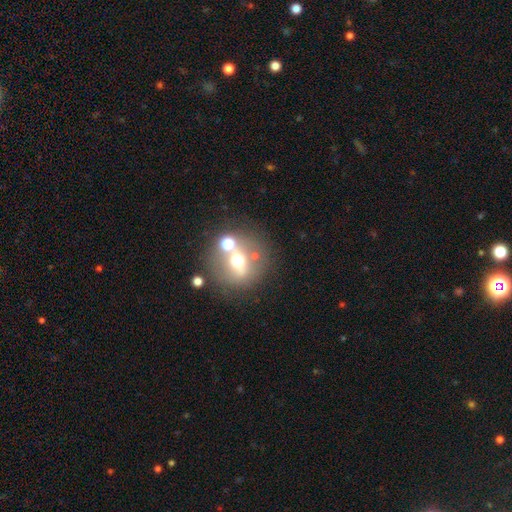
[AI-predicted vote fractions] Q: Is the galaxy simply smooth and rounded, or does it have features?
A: featured or disk — 43%.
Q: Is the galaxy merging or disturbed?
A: none — 61%.